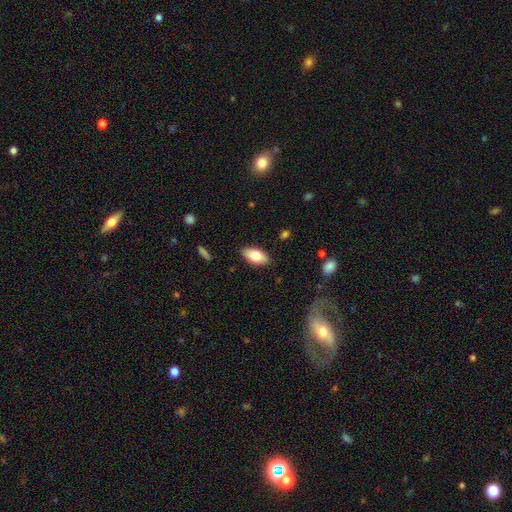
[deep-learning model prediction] Overall: smooth (78%). How rounded: in between (91%). Merging: none (87%).